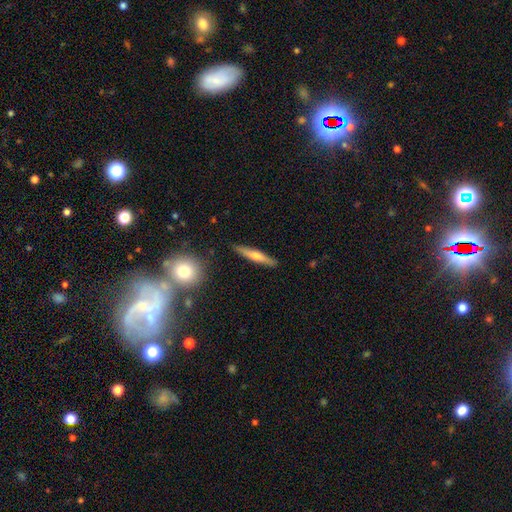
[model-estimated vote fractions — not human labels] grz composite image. It shows a featured or disk galaxy (48%). Merging: none (89%).